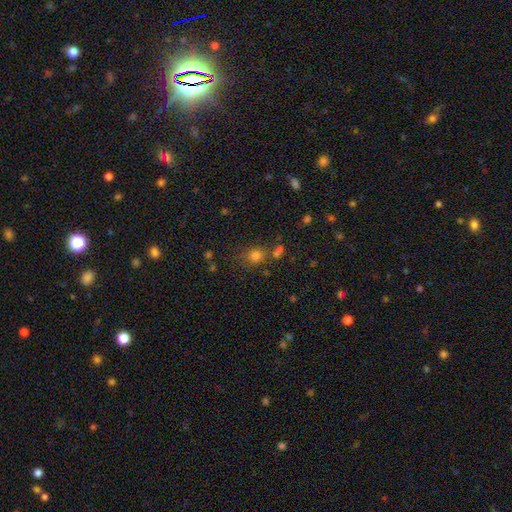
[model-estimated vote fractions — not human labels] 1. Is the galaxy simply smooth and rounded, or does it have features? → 74% smooth, 18% star or artifact, 8% featured or disk.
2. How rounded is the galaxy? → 80% round, 19% in between, 1% cigar-shaped.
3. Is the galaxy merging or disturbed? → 67% none, 14% merger, 13% minor disturbance, 6% major disturbance.